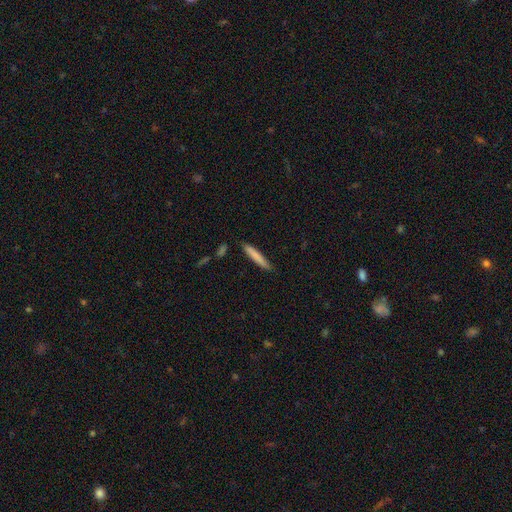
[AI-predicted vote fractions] This appears to be a smooth galaxy with no disk features (80%) that is cigar-shaped (94%). Merging: none (86%).